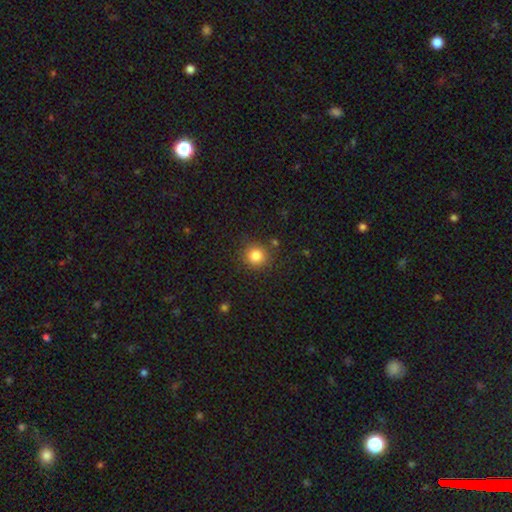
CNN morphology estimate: A smooth galaxy with no disk features (83%) that is round (92%). Merging: none (85%).